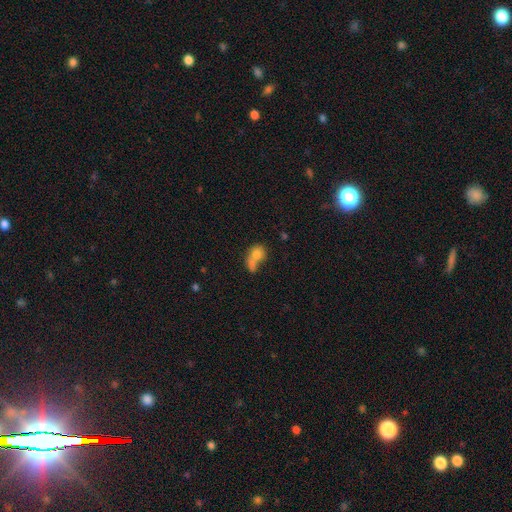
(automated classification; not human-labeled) Smooth or featured?
  - smooth: 74% *
  - featured or disk: 17%
  - star or artifact: 10%
How rounded?
  - in between: 50% *
  - round: 48%
  - cigar-shaped: 2%
Merging?
  - merger: 63% *
  - none: 21%
  - minor disturbance: 9%
  - major disturbance: 8%